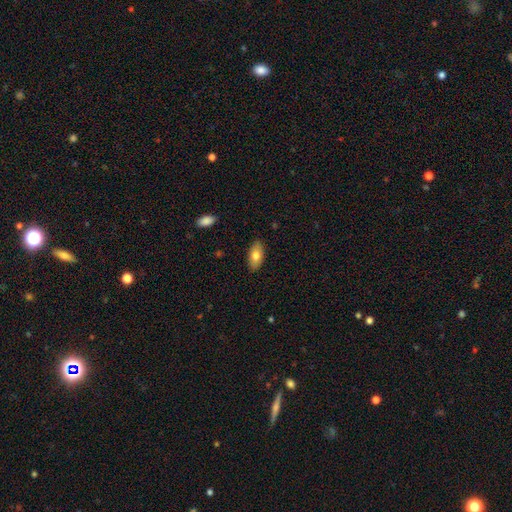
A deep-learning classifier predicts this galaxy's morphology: The model was most divided on "smooth or featured": smooth: 77%, featured or disk: 17%, star or artifact: 6%. More confident: how rounded — in between (92%); merging — none (88%).